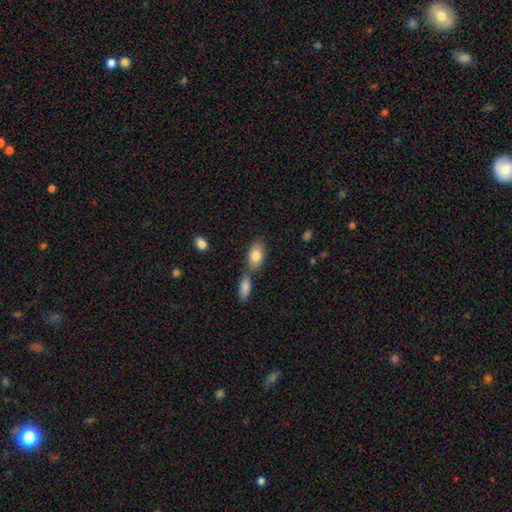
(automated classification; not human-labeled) Overall: smooth (82%). How rounded: in between (89%). Merging: none (50%; merger 36%).